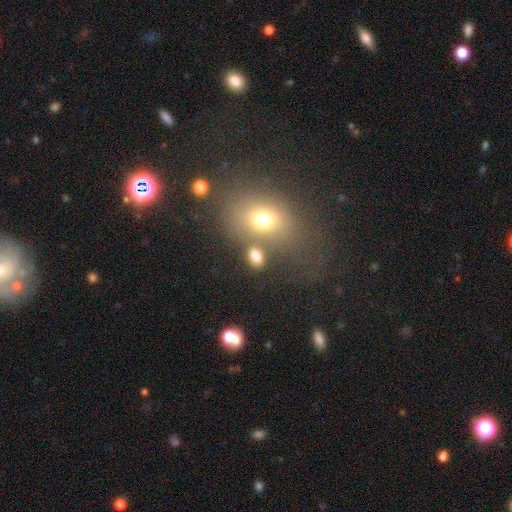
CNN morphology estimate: Smooth or featured?
  - smooth: 75% *
  - star or artifact: 14%
  - featured or disk: 11%
How rounded?
  - in between: 74% *
  - round: 24%
  - cigar-shaped: 2%
Merging?
  - none: 63% *
  - merger: 18%
  - minor disturbance: 12%
  - major disturbance: 6%